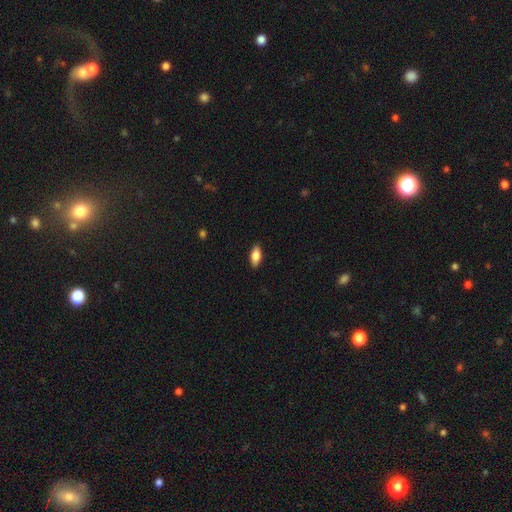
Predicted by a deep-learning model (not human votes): Smooth or featured? Predicted: smooth (p=0.81). How rounded? Predicted: in between (p=0.85). Merging? Predicted: none (p=0.88).